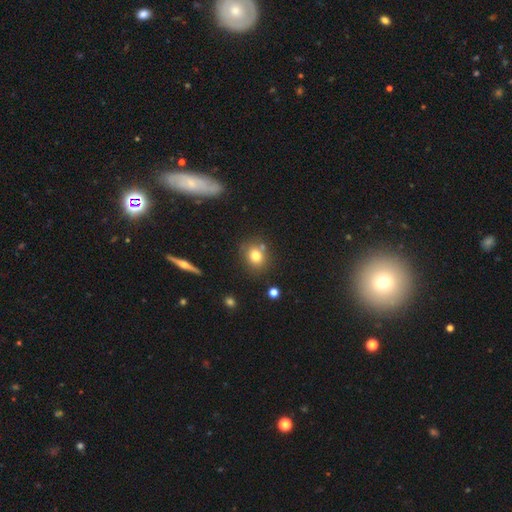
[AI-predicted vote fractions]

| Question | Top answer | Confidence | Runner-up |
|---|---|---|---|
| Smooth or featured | smooth | 77% | star or artifact (12%) |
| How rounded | round | 71% | in between (28%) |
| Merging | none | 74% | minor disturbance (12%) |